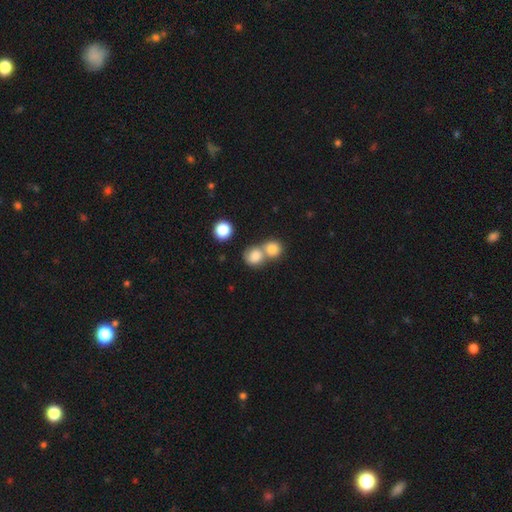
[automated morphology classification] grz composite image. It shows a smooth galaxy with no disk features (80%) that is round (79%). Merging: merger (58%).